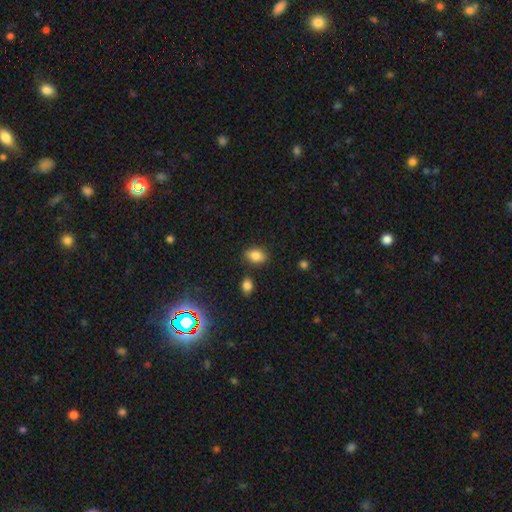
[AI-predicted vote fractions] smooth_or_featured: smooth (p=0.83) [alt: star or artifact p=0.10]
how_rounded: in between (p=0.81) [alt: round p=0.17]
merging: none (p=0.82) [alt: minor disturbance p=0.11]